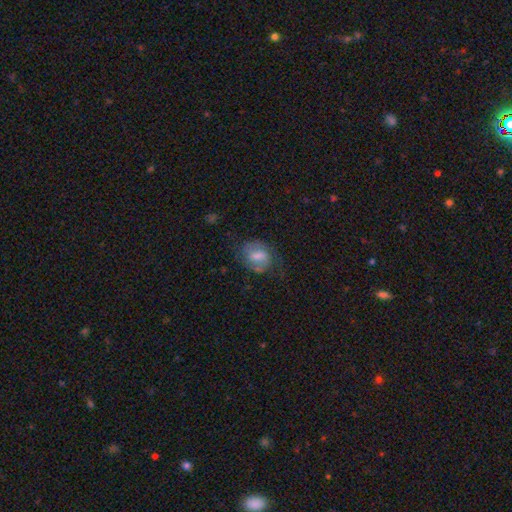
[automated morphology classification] This appears to be a smooth galaxy with no disk features (46%). Merging: none (64%).